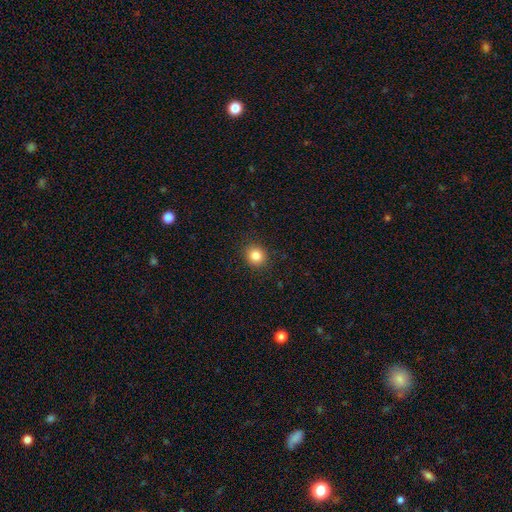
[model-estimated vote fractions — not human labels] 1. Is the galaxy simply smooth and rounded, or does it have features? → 84% smooth, 11% star or artifact, 5% featured or disk.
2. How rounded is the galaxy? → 81% round, 18% in between, 1% cigar-shaped.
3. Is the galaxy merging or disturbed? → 90% none, 7% minor disturbance, 2% major disturbance, 1% merger.